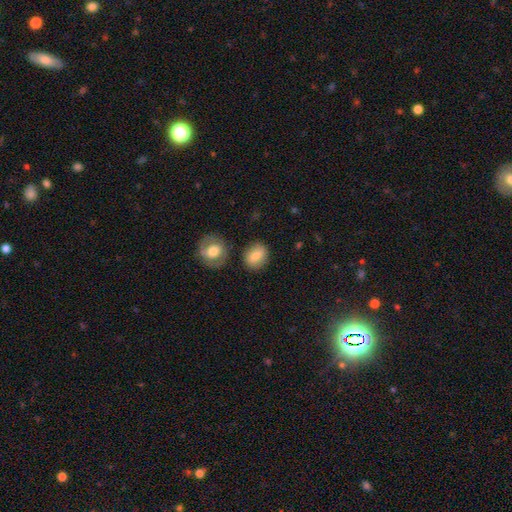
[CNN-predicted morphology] Smooth or featured? Predicted: smooth (p=0.79). How rounded? Predicted: round (p=0.51). Merging? Predicted: none (p=0.80).